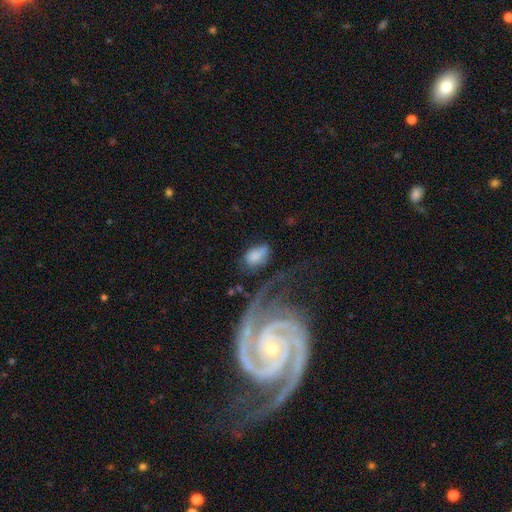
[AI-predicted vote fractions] Smooth or featured? Predicted: smooth (p=0.70). How rounded? Predicted: in between (p=0.90). Merging? Predicted: none (p=0.39).